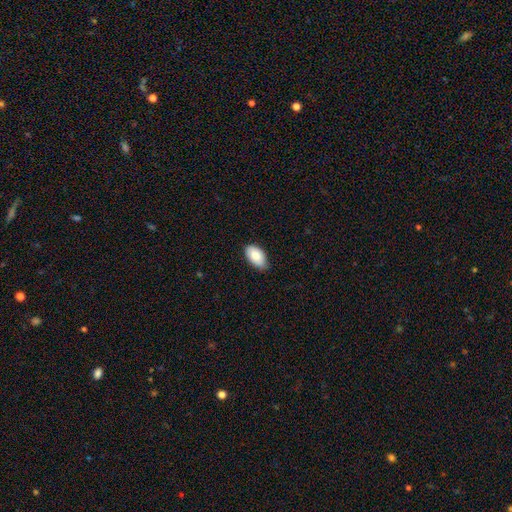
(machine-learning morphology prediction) smooth 83%, featured or disk 11%, star or artifact 6%. Down the decision tree: how rounded — in between (95%); merging — none (77%).